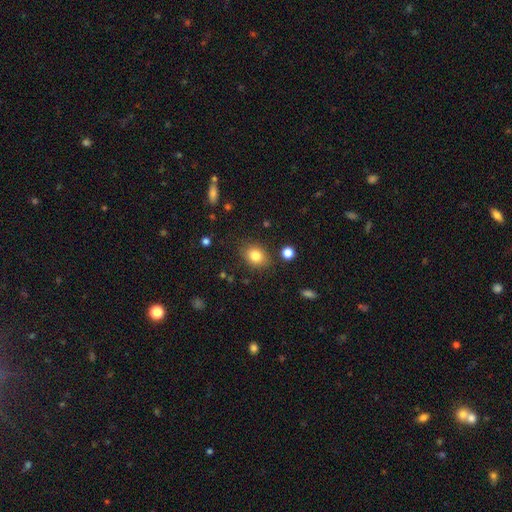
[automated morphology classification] This is clearly a smooth galaxy (82%). How rounded: possibly in between (55%). Merging: clearly none (82%).